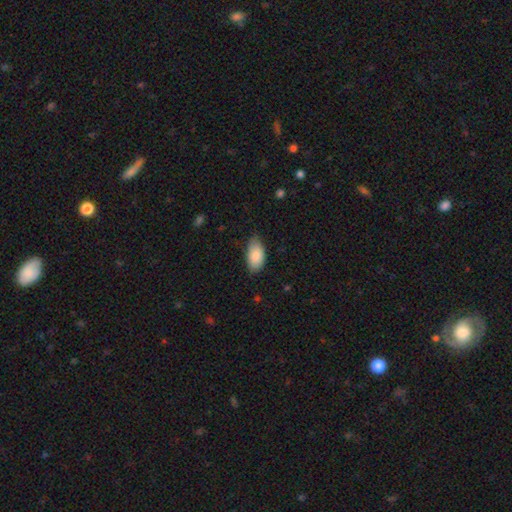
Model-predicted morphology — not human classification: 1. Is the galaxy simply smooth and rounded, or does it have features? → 85% smooth, 8% featured or disk, 6% star or artifact.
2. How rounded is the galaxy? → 95% in between, 3% round, 2% cigar-shaped.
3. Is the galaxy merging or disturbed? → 70% none, 26% minor disturbance, 3% major disturbance, 1% merger.